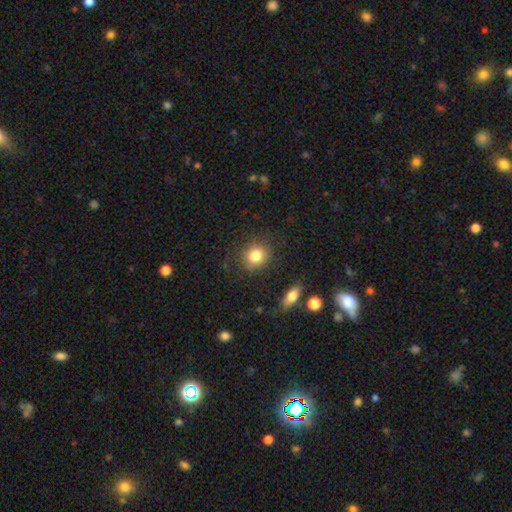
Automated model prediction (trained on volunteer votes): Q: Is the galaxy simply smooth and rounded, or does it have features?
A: smooth — 83%.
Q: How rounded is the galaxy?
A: round — 78%.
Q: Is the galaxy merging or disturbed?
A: none — 84%.